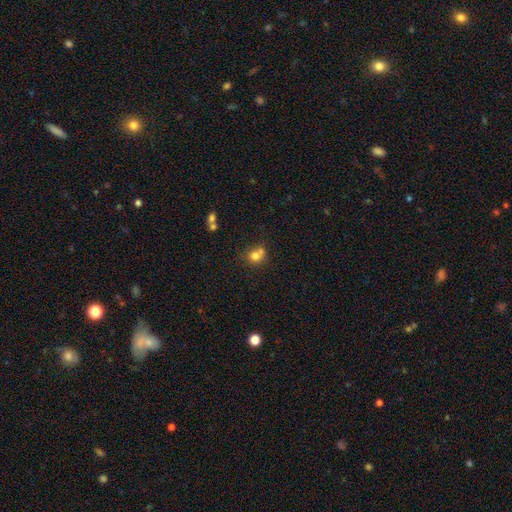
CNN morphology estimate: smooth 76%, star or artifact 12%, featured or disk 12%. Down the decision tree: how rounded — round (76%); merging — none (45%).